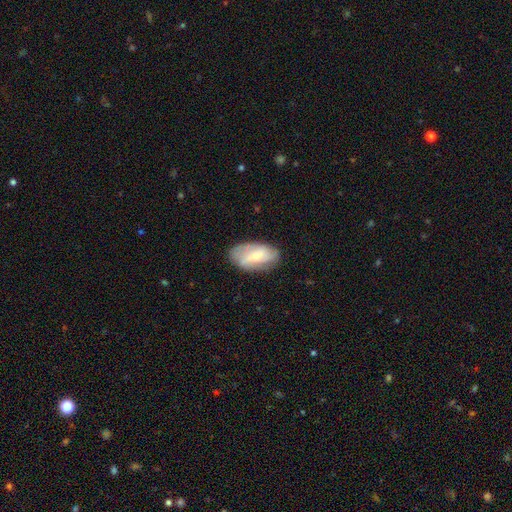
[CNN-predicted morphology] Overall: featured or disk (50%; smooth 43%). Edge-on disk: no (93%). Merging: none (71%).